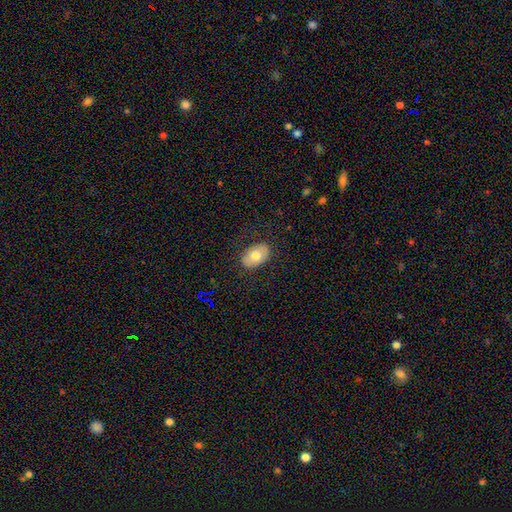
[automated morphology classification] smooth-or-featured: smooth: 69% | featured or disk: 24% | star or artifact: 7%
  how-rounded: in between: 86% | round: 13% | cigar-shaped: 1%
  merging: none: 81% | minor disturbance: 13% | major disturbance: 5% | merger: 1%